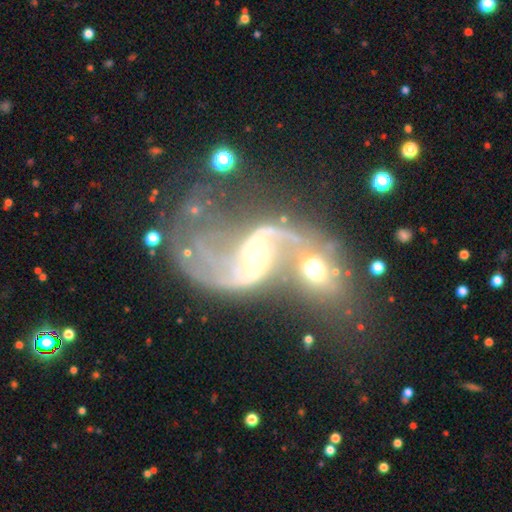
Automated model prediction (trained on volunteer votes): Q: Smooth or featured?
A: featured or disk (87%); runner-up: star or artifact (7%)
Q: Edge-on disk?
A: no (97%); runner-up: yes (3%)
Q: Bar?
A: weak (40%); runner-up: no (37%)
Q: Spiral arms?
A: yes (95%); runner-up: no (5%)
Q: Spiral winding?
A: loose (77%); runner-up: medium (19%)
Q: Spiral arm count?
A: 2 (89%); runner-up: 1 (3%)
Q: Bulge size?
A: small (48%); runner-up: moderate (43%)
Q: Merging?
A: merger (59%); runner-up: none (18%)